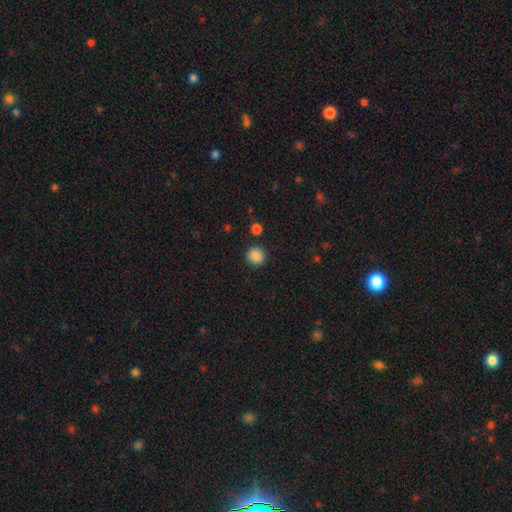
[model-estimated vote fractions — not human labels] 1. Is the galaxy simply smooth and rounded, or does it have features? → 87% smooth, 10% star or artifact, 3% featured or disk.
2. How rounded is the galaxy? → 83% round, 16% in between, 1% cigar-shaped.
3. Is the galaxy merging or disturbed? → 85% none, 9% minor disturbance, 3% merger, 3% major disturbance.